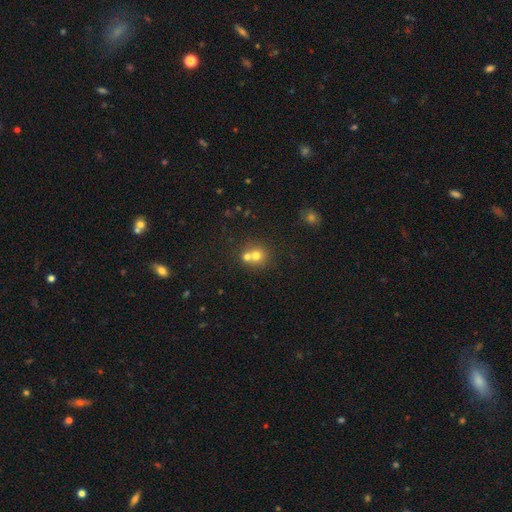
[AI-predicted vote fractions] Smooth or featured: smooth — 70% (featured or disk — 16%)
How rounded: round — 86% (in between — 13%)
Merging: merger — 47% (none — 44%)